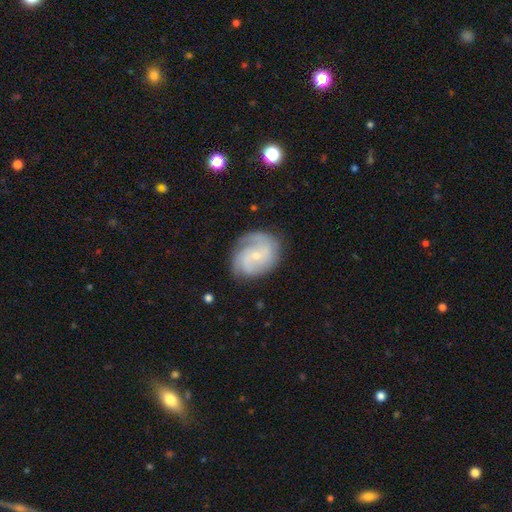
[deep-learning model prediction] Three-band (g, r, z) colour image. It shows a featured or disk galaxy (80%) with no bar (61%), 2 (42%) medium (44%) spiral arms (95%) and a small central bulge (76%). Merging: none (73%).